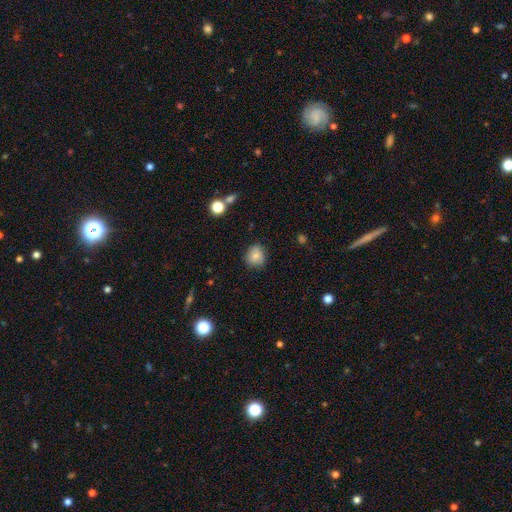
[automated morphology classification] smooth-or-featured: smooth: 82% | star or artifact: 10% | featured or disk: 9%
  how-rounded: round: 79% | in between: 20% | cigar-shaped: 1%
  merging: none: 83% | minor disturbance: 13% | major disturbance: 3% | merger: 2%